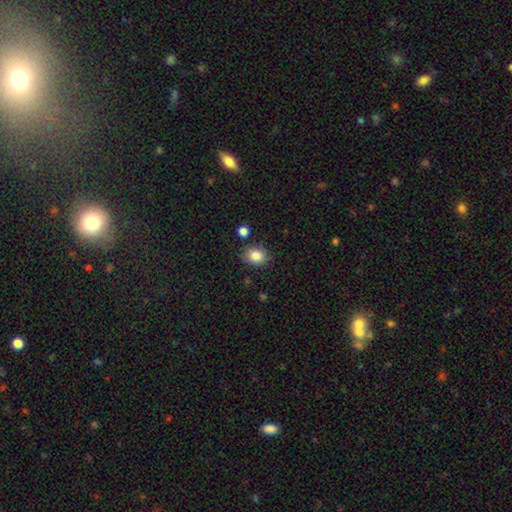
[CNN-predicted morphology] type=smooth (85%); roundness=in between (54%); merging=none (82%).